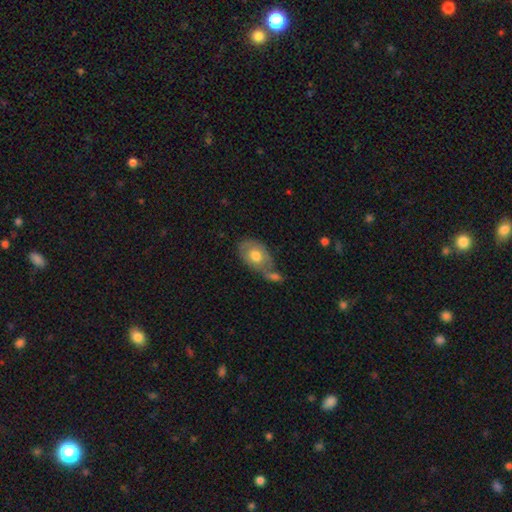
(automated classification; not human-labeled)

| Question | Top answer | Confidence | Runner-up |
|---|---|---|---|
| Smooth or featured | smooth | 63% | featured or disk (30%) |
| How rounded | in between | 81% | round (17%) |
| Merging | none | 36% | merger (35%) |